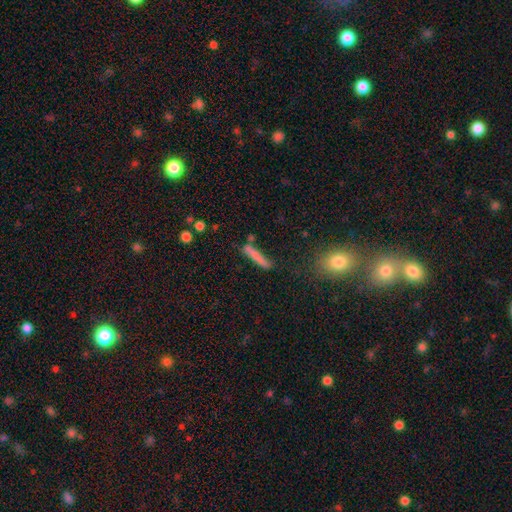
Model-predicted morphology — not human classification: A smooth galaxy with no disk features (75%) that is cigar-shaped (92%).

Vote fractions:
- Smooth or featured? smooth: 75% / featured or disk: 17% / star or artifact: 8%
- How rounded? cigar-shaped: 92% / in between: 6% / round: 2%
- Merging? none: 73% / minor disturbance: 15% / merger: 8% / major disturbance: 4%